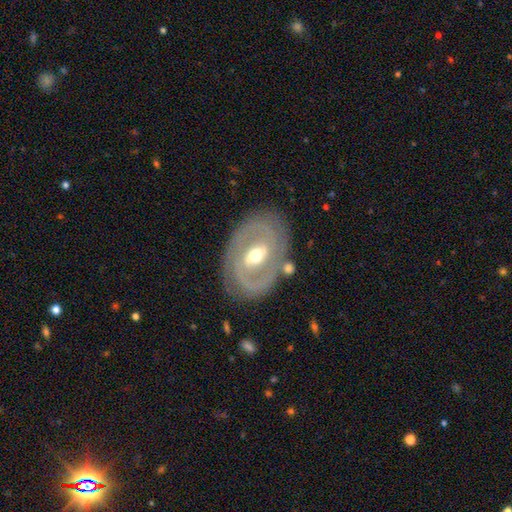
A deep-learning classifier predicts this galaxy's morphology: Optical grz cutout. It shows a featured or disk galaxy (80%) with a weak bar (45%), 2 (63%) tight (55%) spiral arms (70%) and a moderate central bulge (66%). Merging: none (76%).